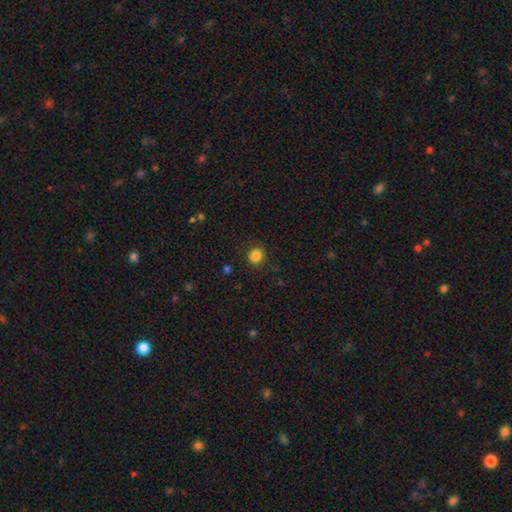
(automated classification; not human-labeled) A smooth galaxy with no disk features (85%) that is round (83%).

Vote fractions:
- Smooth or featured? smooth: 85% / star or artifact: 12% / featured or disk: 3%
- How rounded? round: 83% / in between: 16% / cigar-shaped: 1%
- Merging? none: 88% / minor disturbance: 8% / major disturbance: 3% / merger: 1%